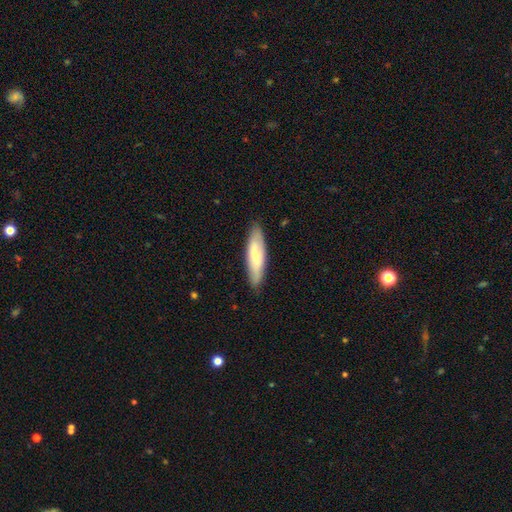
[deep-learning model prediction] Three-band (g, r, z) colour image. It shows a smooth galaxy with no disk features (63%) that is cigar-shaped (61%). Merging: none (86%).